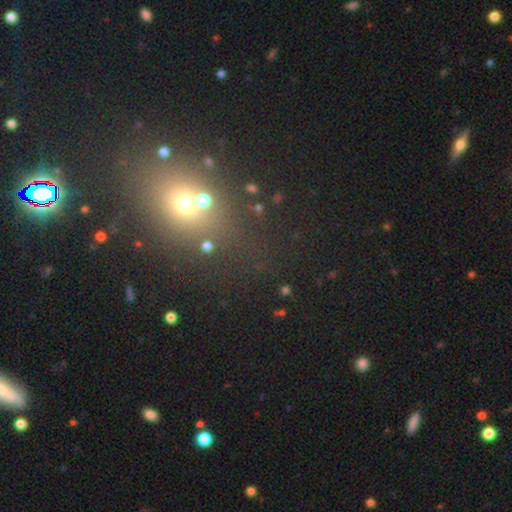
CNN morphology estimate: A star or artifact, not a galaxy (51%).